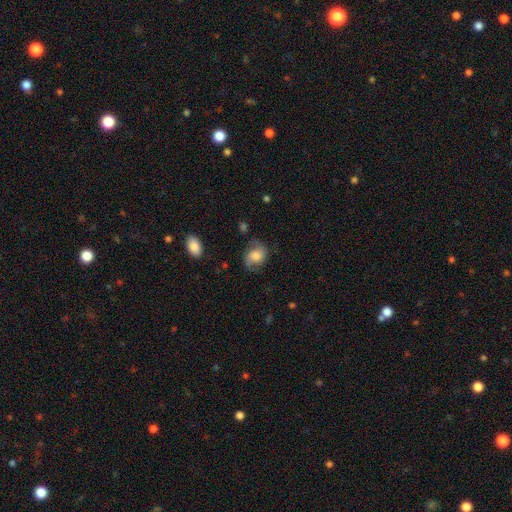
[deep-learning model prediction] This appears to be a featured or disk galaxy (47%). Merging: none (65%).